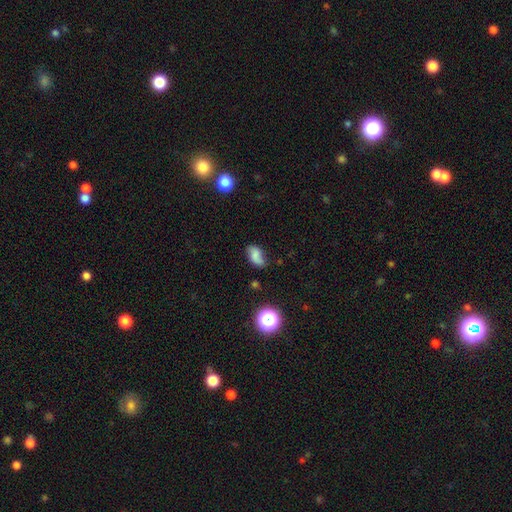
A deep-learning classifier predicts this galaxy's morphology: Smooth or featured?
  - smooth: 66% *
  - featured or disk: 20%
  - star or artifact: 14%
How rounded?
  - in between: 86% *
  - round: 11%
  - cigar-shaped: 3%
Merging?
  - none: 57% *
  - minor disturbance: 30%
  - major disturbance: 9%
  - merger: 4%